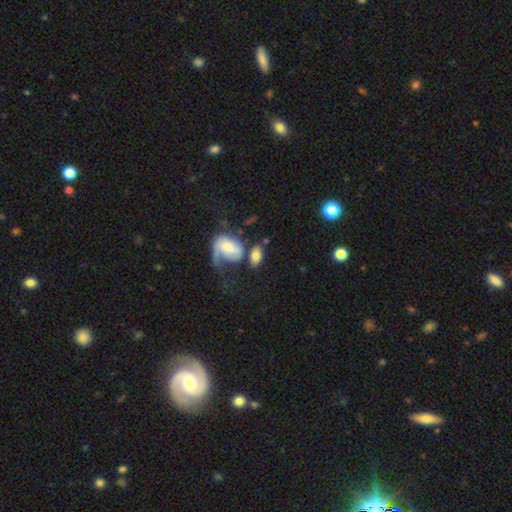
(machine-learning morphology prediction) A smooth galaxy with no disk features (69%) that is in between round and cigar-shaped (85%).

Vote fractions:
- Smooth or featured? smooth: 69% / featured or disk: 23% / star or artifact: 8%
- How rounded? in between: 85% / round: 12% / cigar-shaped: 3%
- Merging? none: 42% / merger: 27% / minor disturbance: 16% / major disturbance: 15%